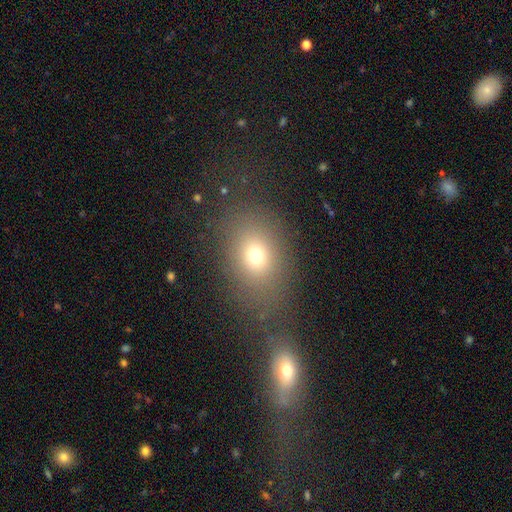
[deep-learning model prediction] Smooth or featured? smooth (70%)
How rounded? in between (65%)
Merging? none (70%)